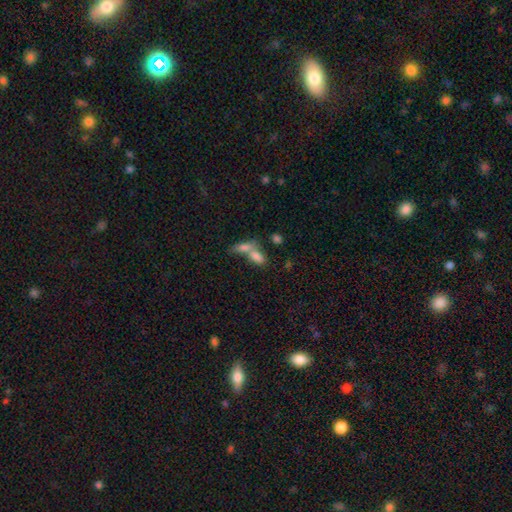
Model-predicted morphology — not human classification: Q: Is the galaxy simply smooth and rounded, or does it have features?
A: smooth — 78%.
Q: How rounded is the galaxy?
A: in between — 82%.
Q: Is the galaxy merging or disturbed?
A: merger — 61%.